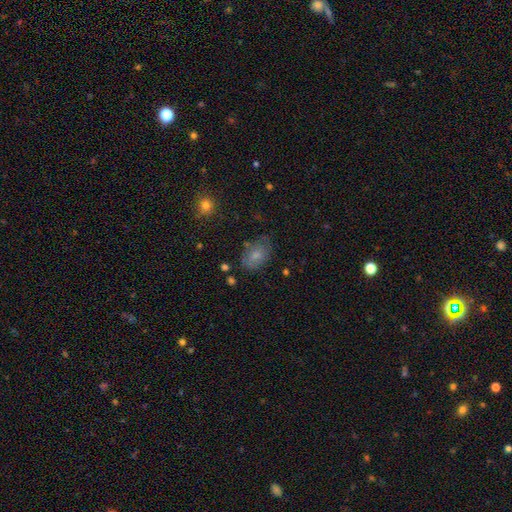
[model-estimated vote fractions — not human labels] Smooth or featured: smooth — 75% (featured or disk — 16%)
How rounded: in between — 86% (round — 12%)
Merging: none — 64% (minor disturbance — 25%)